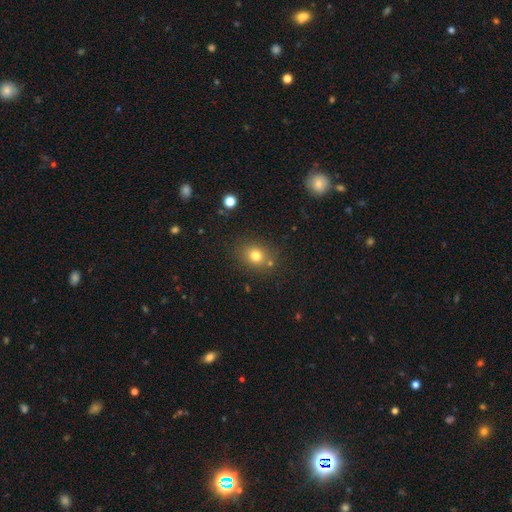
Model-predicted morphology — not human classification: type=smooth (77%); roundness=round (62%); merging=none (79%).